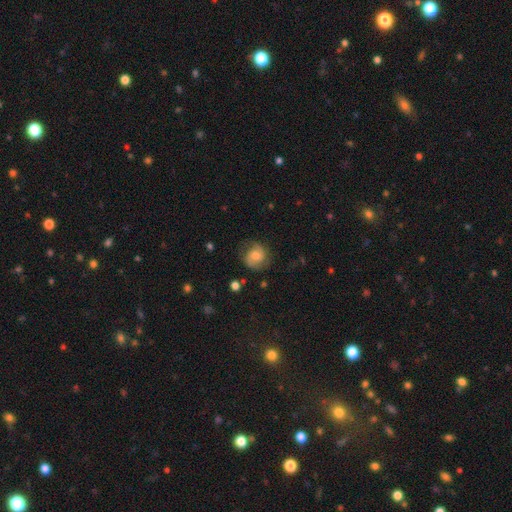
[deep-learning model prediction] smooth_or_featured: featured or disk (p=0.55) [alt: smooth p=0.36]
disk_edge_on: no (p=0.97) [alt: yes p=0.03]
bar: no (p=0.63) [alt: weak p=0.32]
has_spiral_arms: yes (p=0.90) [alt: no p=0.10]
bulge_size: moderate (p=0.54) [alt: small p=0.28]
merging: none (p=0.74) [alt: minor disturbance p=0.17]